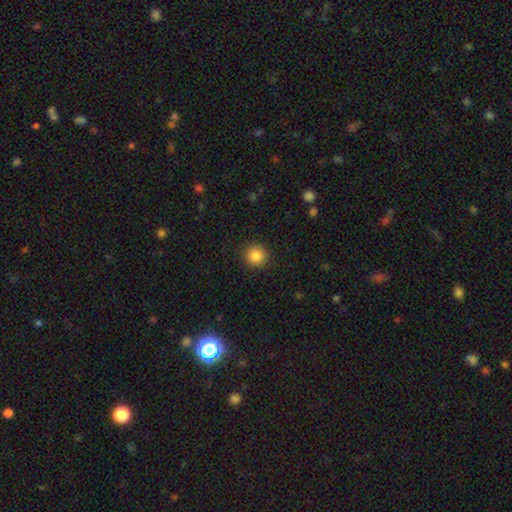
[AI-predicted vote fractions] Smooth or featured?
  - smooth: 86% *
  - star or artifact: 10%
  - featured or disk: 4%
How rounded?
  - round: 94% *
  - in between: 5%
  - cigar-shaped: 1%
Merging?
  - none: 91% *
  - minor disturbance: 6%
  - major disturbance: 2%
  - merger: 1%